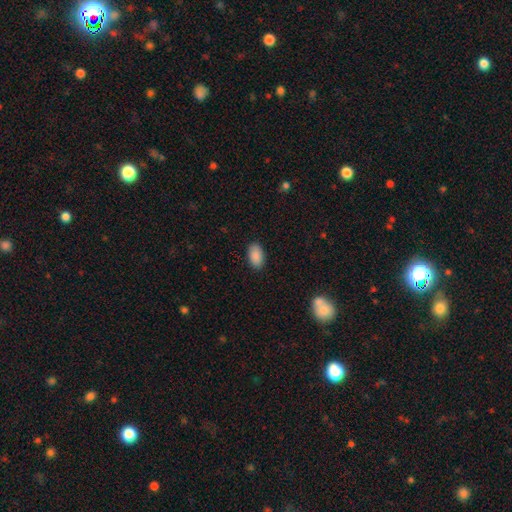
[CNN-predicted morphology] Smooth or featured?
  - smooth: 90% *
  - star or artifact: 7%
  - featured or disk: 3%
How rounded?
  - in between: 94% *
  - round: 4%
  - cigar-shaped: 2%
Merging?
  - none: 89% *
  - minor disturbance: 8%
  - major disturbance: 2%
  - merger: 1%